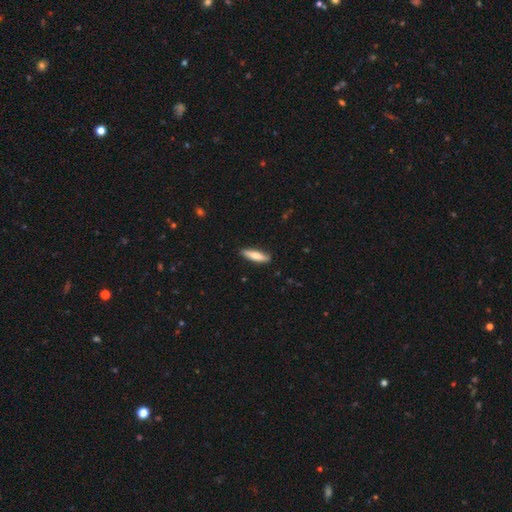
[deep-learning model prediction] smooth-or-featured: smooth: 71% | featured or disk: 24% | star or artifact: 5%
  how-rounded: cigar-shaped: 73% | in between: 25% | round: 2%
  merging: none: 87% | minor disturbance: 10% | major disturbance: 2% | merger: 1%